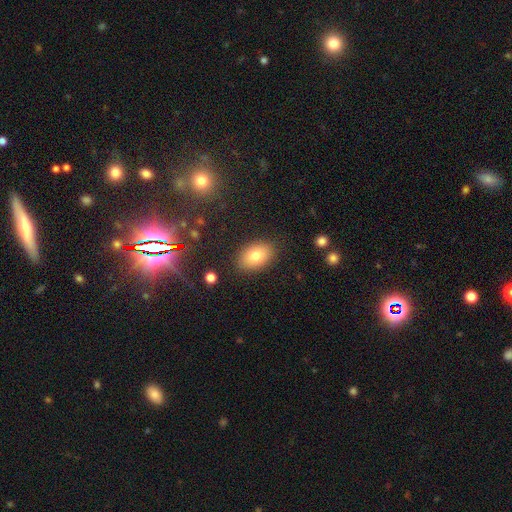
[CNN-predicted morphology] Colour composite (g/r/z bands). It shows a smooth galaxy with no disk features (79%) that is in between round and cigar-shaped (85%). Merging: none (86%).